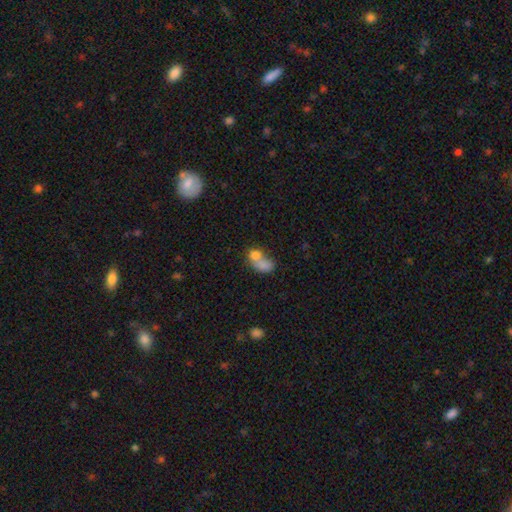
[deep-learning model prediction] Smooth or featured?
  - smooth: 75% *
  - featured or disk: 16%
  - star or artifact: 10%
How rounded?
  - in between: 66% *
  - round: 32%
  - cigar-shaped: 2%
Merging?
  - merger: 64% *
  - none: 19%
  - major disturbance: 9%
  - minor disturbance: 8%